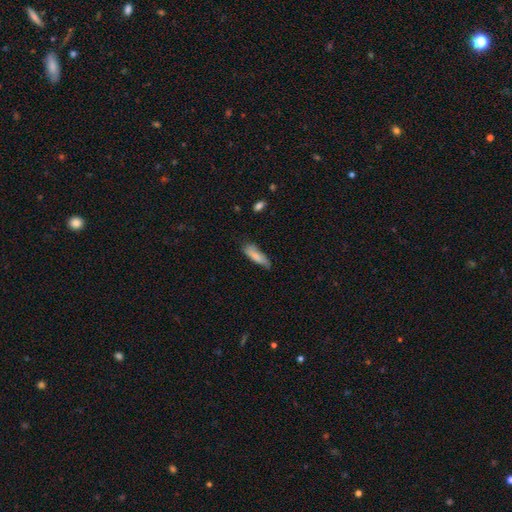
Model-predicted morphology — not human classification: This appears to be a smooth galaxy with no disk features (79%) that is cigar-shaped (57%). Merging: none (59%).